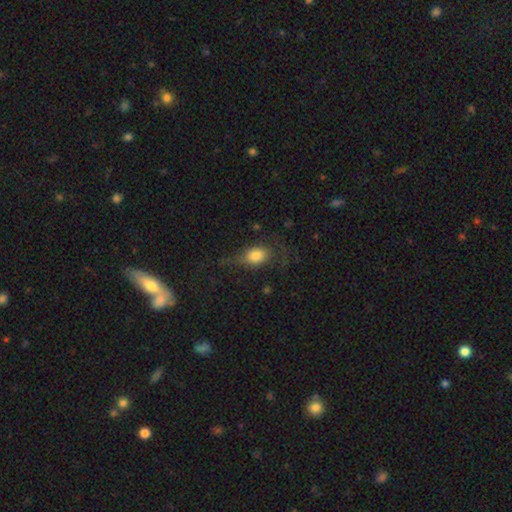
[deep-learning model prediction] A smooth galaxy with no disk features (64%) that is in between round and cigar-shaped (65%). Merging: none (50%).